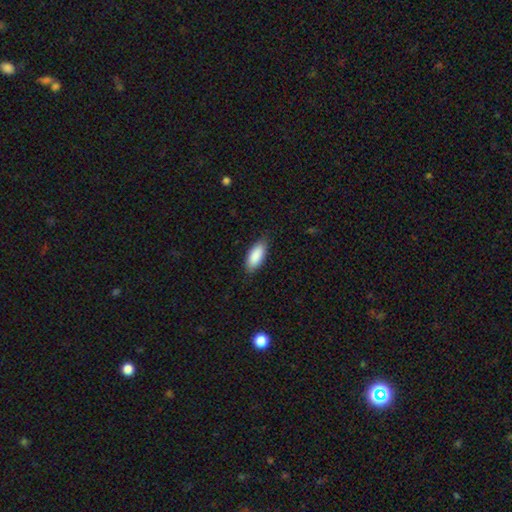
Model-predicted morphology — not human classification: Smooth or featured? Predicted: smooth (p=0.89). How rounded? Predicted: in between (p=0.85). Merging? Predicted: none (p=0.82).